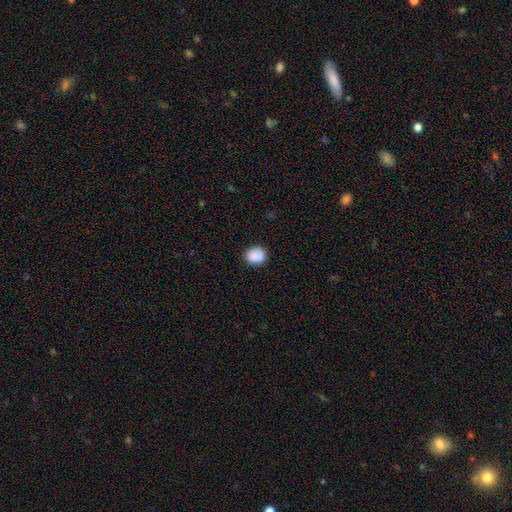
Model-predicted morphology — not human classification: The model was most divided on "how rounded": round: 74%, in between: 26%, cigar-shaped: 1%. More confident: smooth or featured — smooth (86%); merging — none (80%).